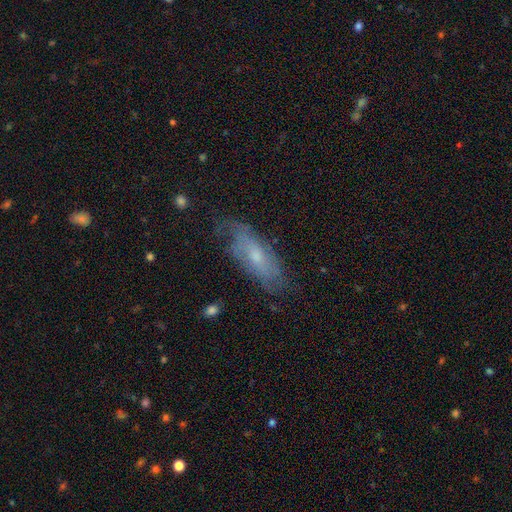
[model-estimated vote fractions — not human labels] Smooth or featured? Predicted: featured or disk (p=0.53). Edge-on disk? Predicted: no (p=0.77). Merging? Predicted: none (p=0.65).